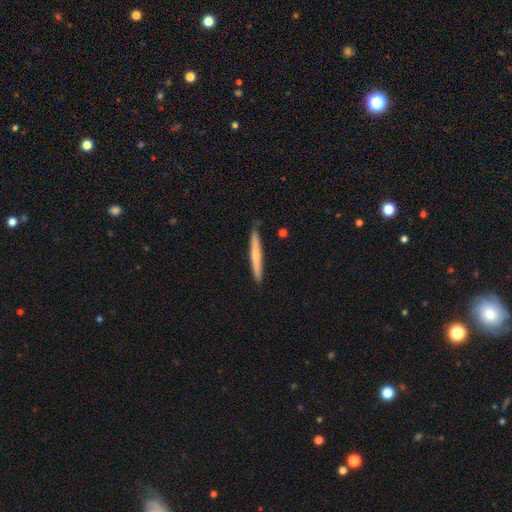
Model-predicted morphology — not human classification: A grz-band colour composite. It shows a smooth galaxy with no disk features (60%) that is cigar-shaped (96%). Merging: none (87%).